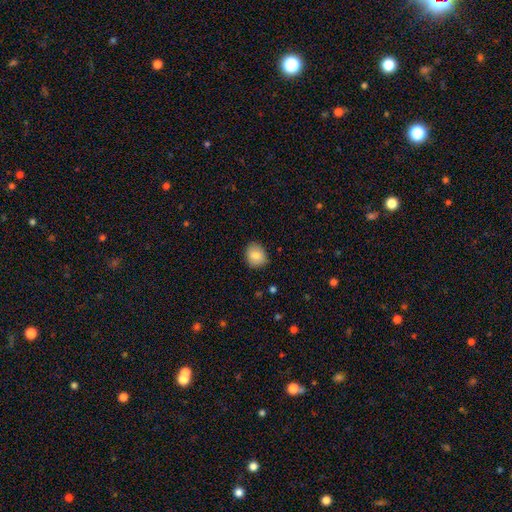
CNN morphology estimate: Overall: smooth (84%). How rounded: round (65%; in between 34%). Merging: none (84%).